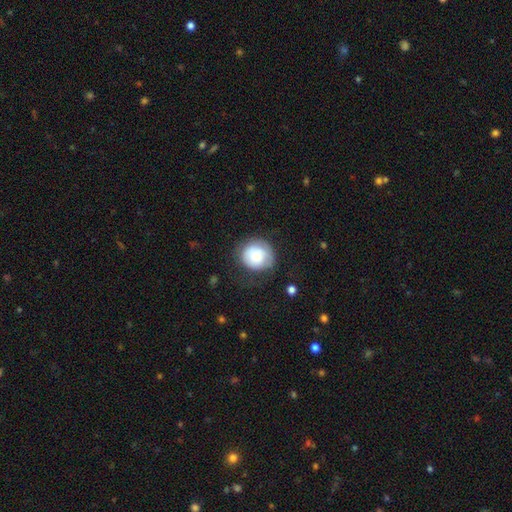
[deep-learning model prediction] Morphology: type=smooth (73%); roundness=round (85%); merging=none (58%).